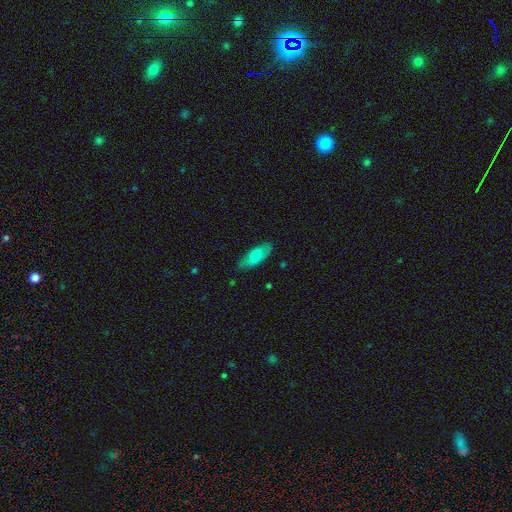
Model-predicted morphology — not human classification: Overall: smooth (76%). How rounded: in between (77%). Merging: none (75%).